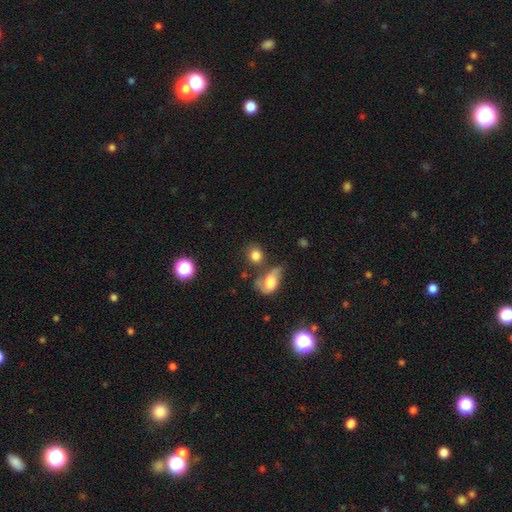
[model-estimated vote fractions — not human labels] Smooth or featured? smooth (78%)
How rounded? round (71%)
Merging? none (56%)